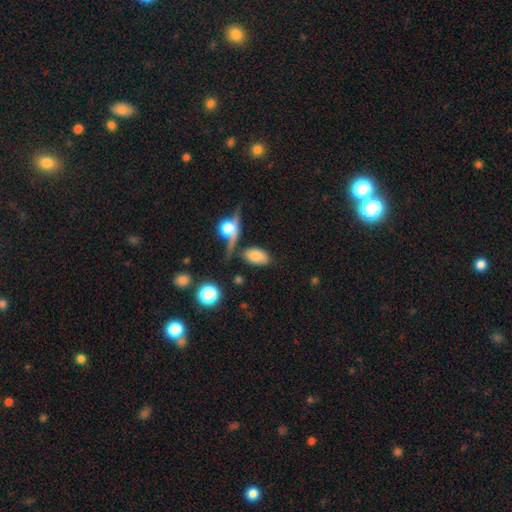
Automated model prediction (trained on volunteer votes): Smooth or featured?
  - smooth: 74% *
  - featured or disk: 15%
  - star or artifact: 10%
How rounded?
  - in between: 90% *
  - round: 7%
  - cigar-shaped: 2%
Merging?
  - none: 52% *
  - minor disturbance: 21%
  - merger: 16%
  - major disturbance: 12%